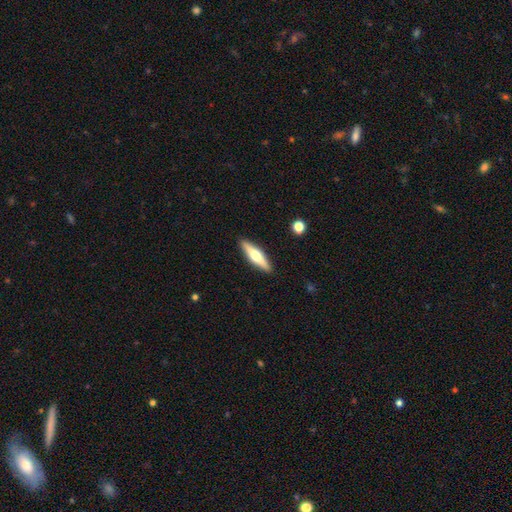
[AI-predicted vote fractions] Overall: featured or disk (53%; smooth 41%). Edge-on disk: yes (94%). Edge-on bulge: rounded (93%). Merging: none (90%).